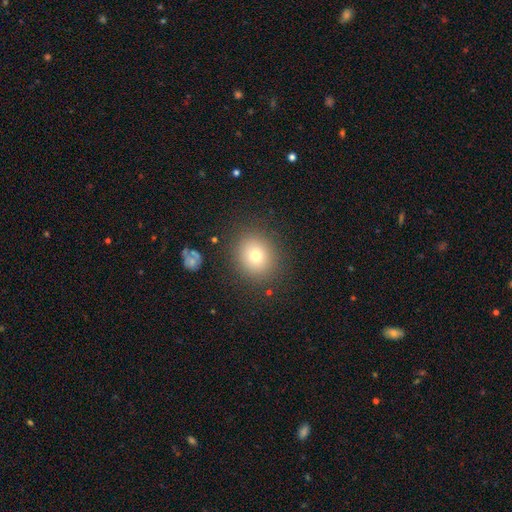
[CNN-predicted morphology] The model was most divided on "smooth or featured": smooth: 73%, star or artifact: 15%, featured or disk: 12%. More confident: merging — none (87%); how rounded — round (82%).